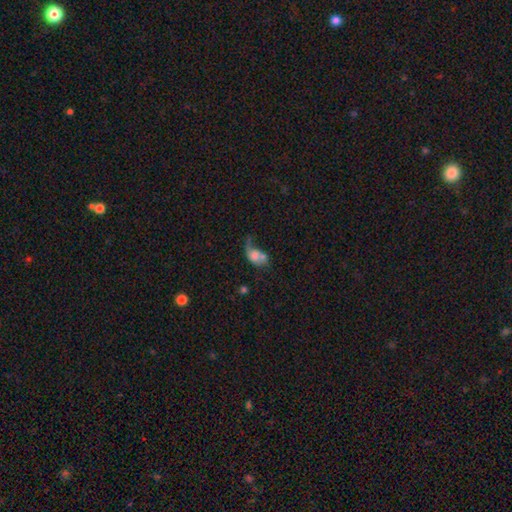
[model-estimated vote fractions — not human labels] This appears to be a smooth galaxy with no disk features (53%) that is in between round and cigar-shaped (74%). Merging: merger (34%).